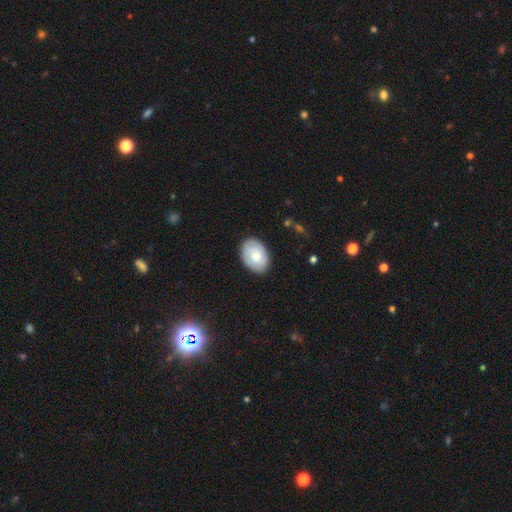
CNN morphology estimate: This is likely a smooth galaxy (73%). How rounded: clearly in between (83%). Merging: clearly none (84%).